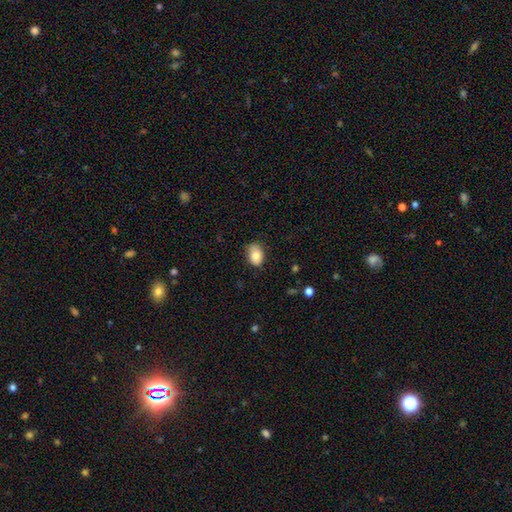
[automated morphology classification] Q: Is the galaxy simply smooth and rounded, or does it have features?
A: smooth — 81%.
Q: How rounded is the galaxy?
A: in between — 81%.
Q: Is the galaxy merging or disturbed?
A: none — 72%.